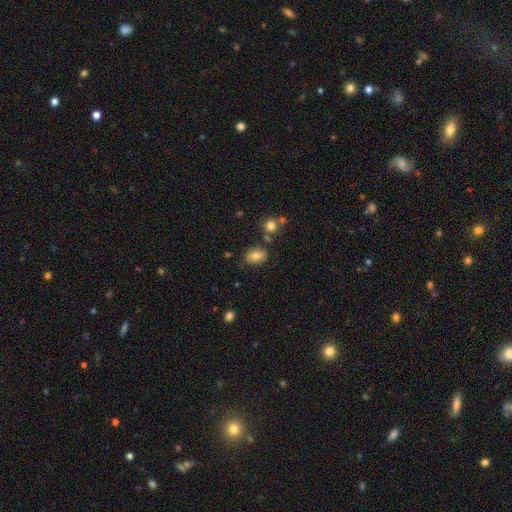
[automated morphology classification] smooth_or_featured: smooth (p=0.80) [alt: featured or disk p=0.10]
how_rounded: in between (p=0.78) [alt: round p=0.21]
merging: none (p=0.74) [alt: minor disturbance p=0.16]